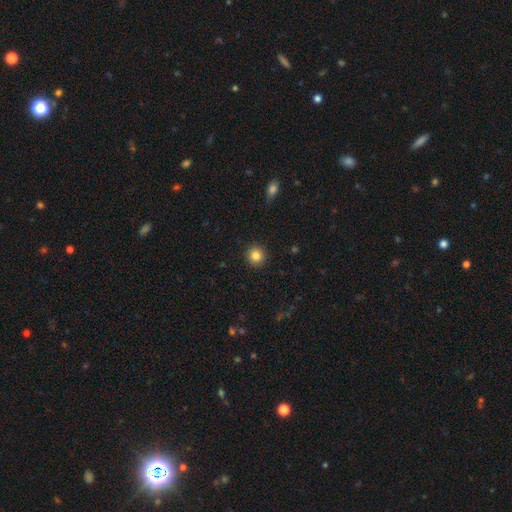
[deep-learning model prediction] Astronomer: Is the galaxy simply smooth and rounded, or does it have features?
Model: smooth — 85%.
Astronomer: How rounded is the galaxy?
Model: round — 93%.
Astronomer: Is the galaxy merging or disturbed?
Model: none — 92%.